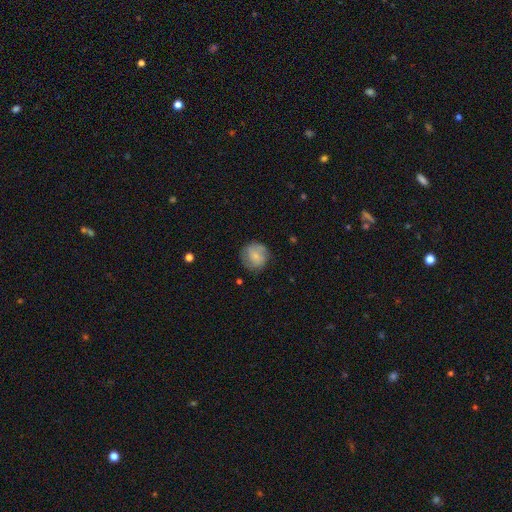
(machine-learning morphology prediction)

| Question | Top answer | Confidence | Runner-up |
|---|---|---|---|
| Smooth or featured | smooth | 63% | featured or disk (29%) |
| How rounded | round | 90% | in between (9%) |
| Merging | none | 75% | minor disturbance (18%) |